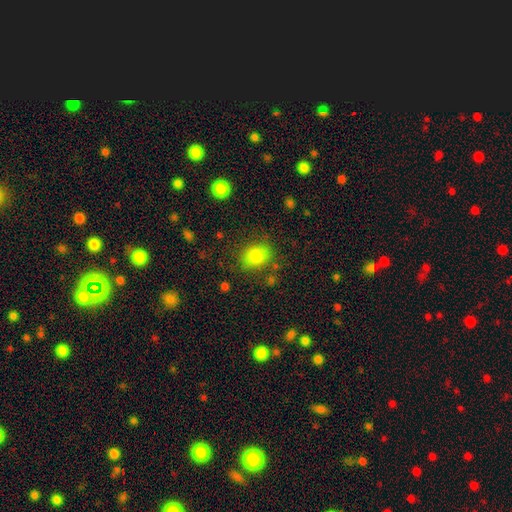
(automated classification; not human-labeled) Smooth or featured? Predicted: smooth (p=0.81). How rounded? Predicted: round (p=0.64). Merging? Predicted: none (p=0.80).